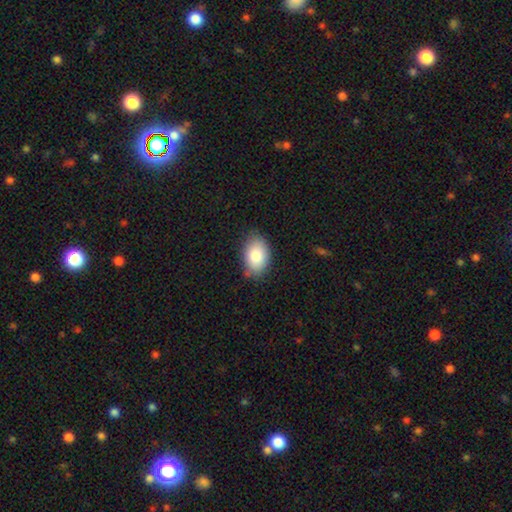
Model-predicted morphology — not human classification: smooth-or-featured: smooth: 84% | featured or disk: 9% | star or artifact: 7%
  how-rounded: in between: 88% | round: 11% | cigar-shaped: 1%
  merging: none: 80% | minor disturbance: 16% | major disturbance: 3% | merger: 2%